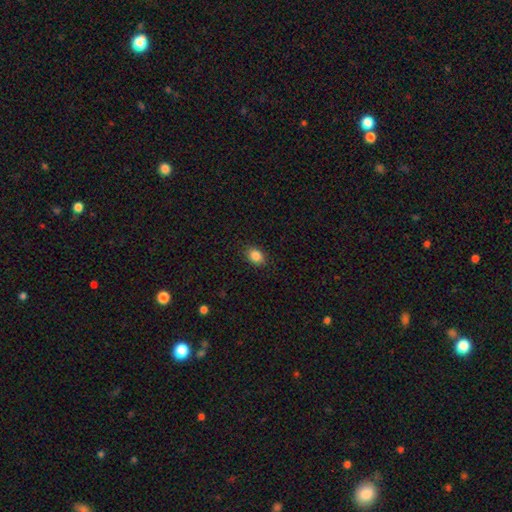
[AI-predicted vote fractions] This appears to be a smooth galaxy with no disk features (86%) that is in between round and cigar-shaped (66%). Merging: none (87%).